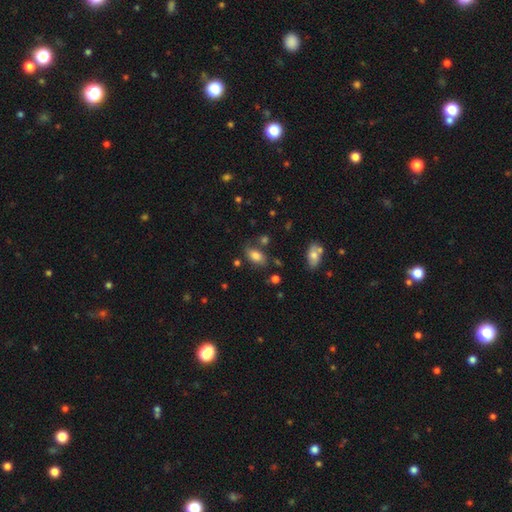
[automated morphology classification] smooth-or-featured: smooth: 79% | featured or disk: 11% | star or artifact: 10%
  how-rounded: in between: 89% | round: 7% | cigar-shaped: 3%
  merging: none: 70% | minor disturbance: 18% | merger: 6% | major disturbance: 6%